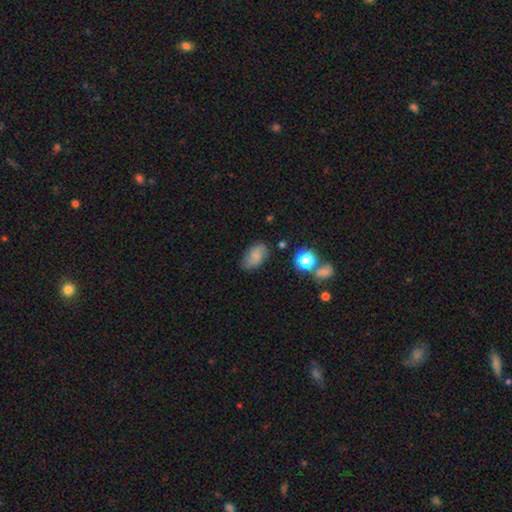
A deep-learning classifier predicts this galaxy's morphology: This appears to be a smooth galaxy with no disk features (69%) that is in between round and cigar-shaped (89%). Merging: none (73%).